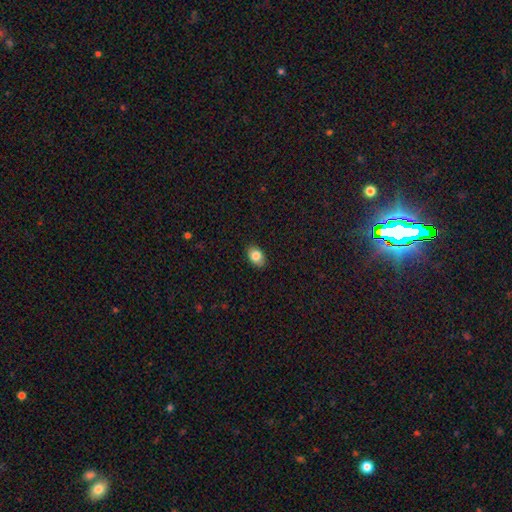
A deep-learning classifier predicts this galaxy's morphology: Q: Smooth or featured?
A: smooth (84%); runner-up: featured or disk (8%)
Q: How rounded?
A: in between (81%); runner-up: round (17%)
Q: Merging?
A: none (88%); runner-up: minor disturbance (9%)